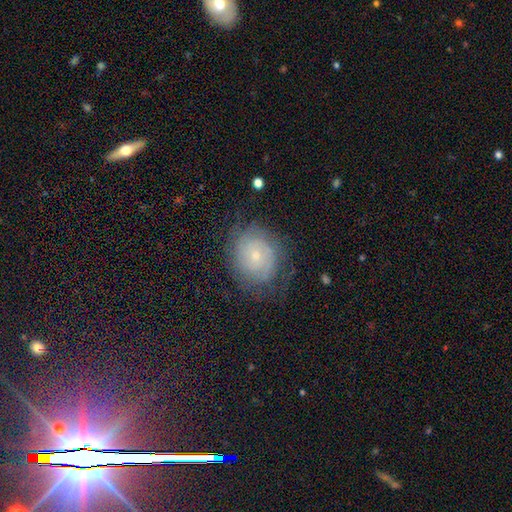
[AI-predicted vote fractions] featured or disk 60%, smooth 30%, star or artifact 9%. Down the decision tree: edge-on disk — no (97%); bar — no (79%); spiral arms — yes (83%); bulge size — small (77%); merging — none (72%).